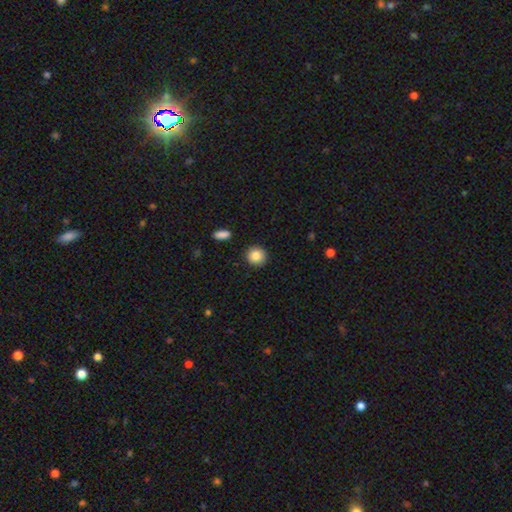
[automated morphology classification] This appears to be a smooth galaxy with no disk features (86%) that is round (91%). Merging: none (91%).